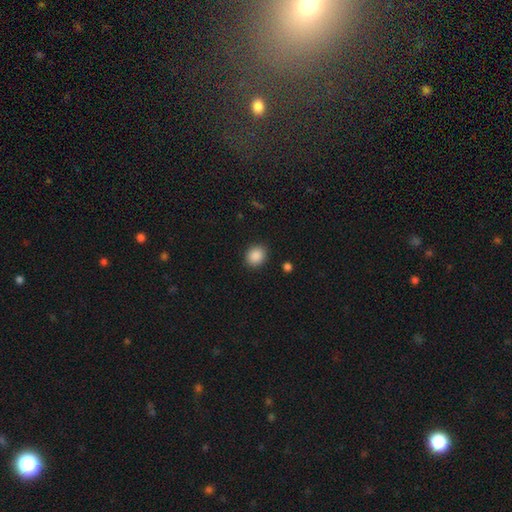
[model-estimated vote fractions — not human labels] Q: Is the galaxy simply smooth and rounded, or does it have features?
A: smooth — 89%.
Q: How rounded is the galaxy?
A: round — 68%.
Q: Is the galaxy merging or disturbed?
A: none — 89%.